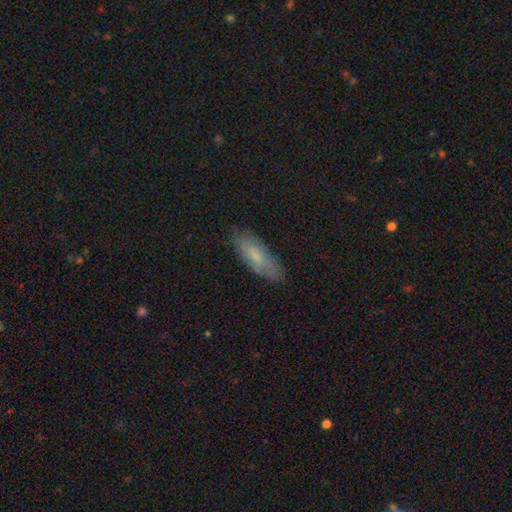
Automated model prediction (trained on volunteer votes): smooth 71%, featured or disk 22%, star or artifact 7%. Down the decision tree: how rounded — in between (59%); merging — none (80%).